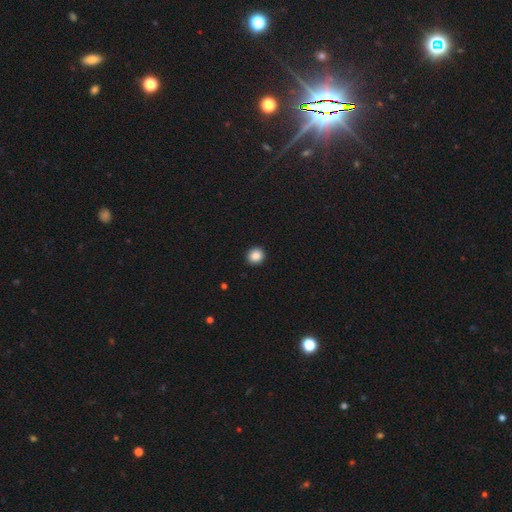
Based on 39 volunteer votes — This appears to be a smooth galaxy with no disk features (87%) that is round (88%). Merging: none (92%).